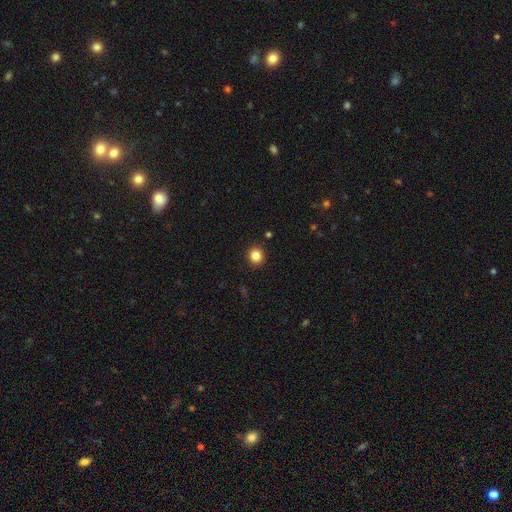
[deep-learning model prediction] Overall: smooth (84%). How rounded: round (89%). Merging: none (92%).